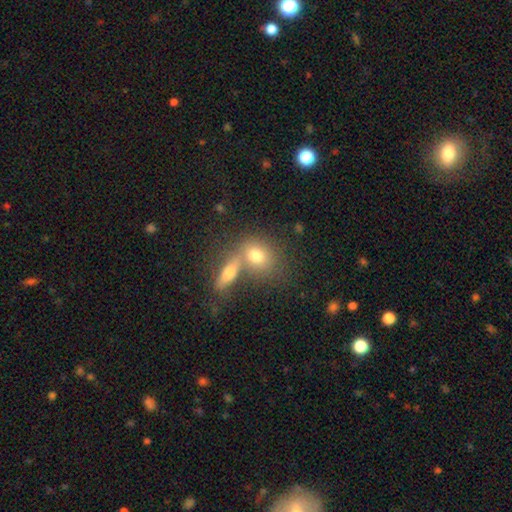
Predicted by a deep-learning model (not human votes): A smooth galaxy with no disk features (72%) that is round (55%). Merging: merger (44%).